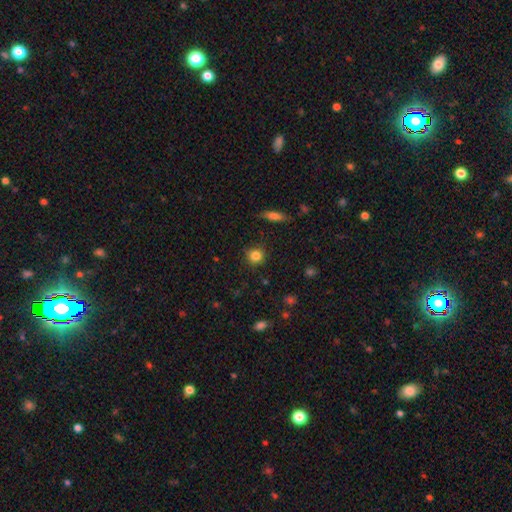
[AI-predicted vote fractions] Overall: smooth (84%). How rounded: round (90%). Merging: none (88%).